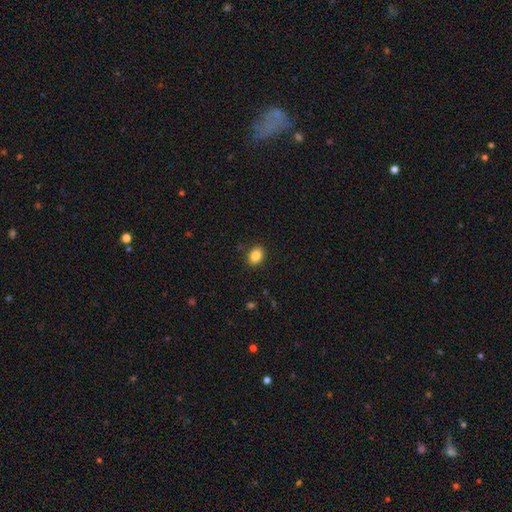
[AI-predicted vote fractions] A smooth galaxy with no disk features (85%) that is in between round and cigar-shaped (68%). Merging: none (89%).